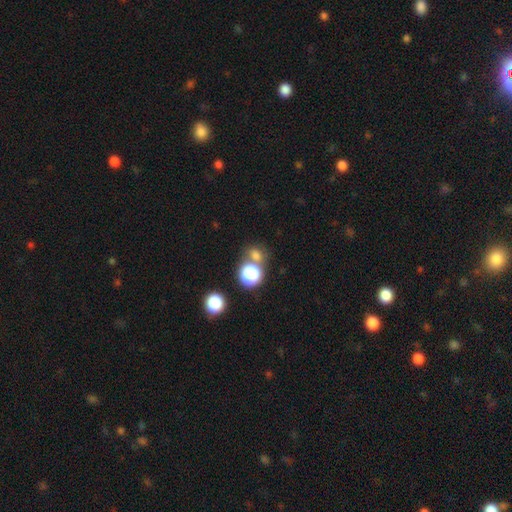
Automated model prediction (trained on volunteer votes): Smooth or featured?
  - smooth: 67% *
  - star or artifact: 26%
  - featured or disk: 7%
How rounded?
  - round: 71% *
  - in between: 27%
  - cigar-shaped: 1%
Merging?
  - none: 62% *
  - merger: 24%
  - minor disturbance: 10%
  - major disturbance: 4%